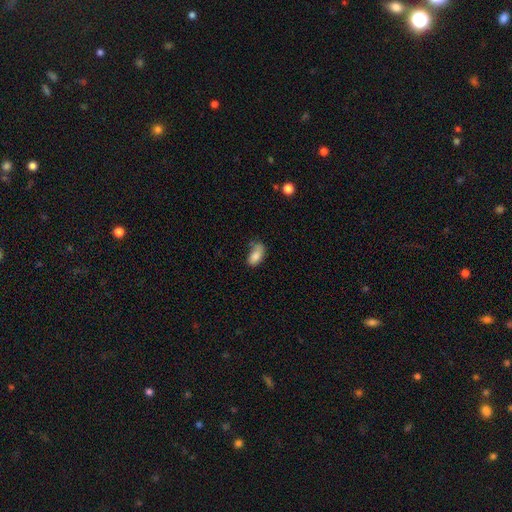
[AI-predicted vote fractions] smooth-or-featured: smooth: 82% | featured or disk: 10% | star or artifact: 8%
  how-rounded: in between: 91% | cigar-shaped: 5% | round: 4%
  merging: none: 44% | minor disturbance: 34% | major disturbance: 16% | merger: 6%